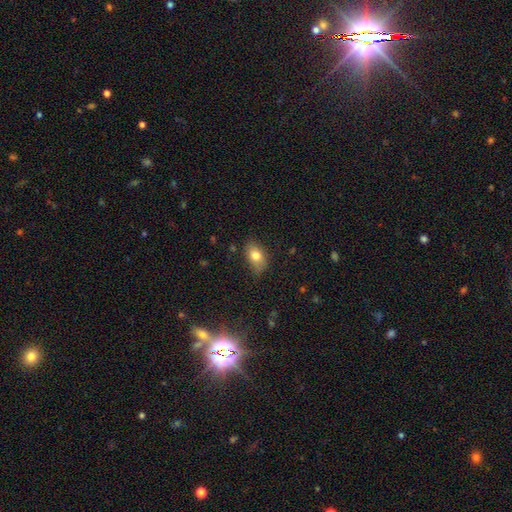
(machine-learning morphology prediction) A smooth galaxy with no disk features (79%) that is in between round and cigar-shaped (86%). Merging: none (75%).